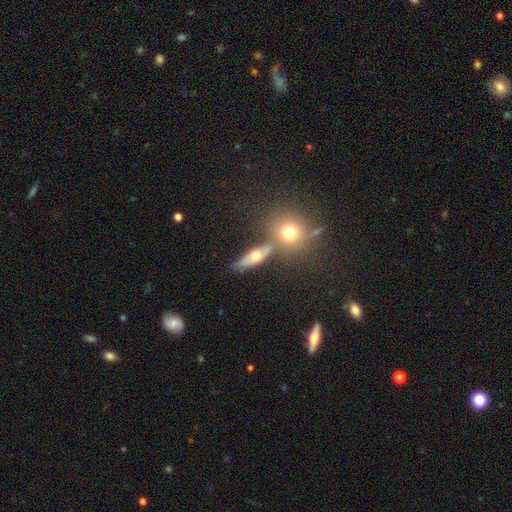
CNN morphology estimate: Smooth or featured: smooth — 54% (featured or disk — 34%)
How rounded: in between — 47% (cigar-shaped — 33%)
Merging: none — 65% (merger — 18%)